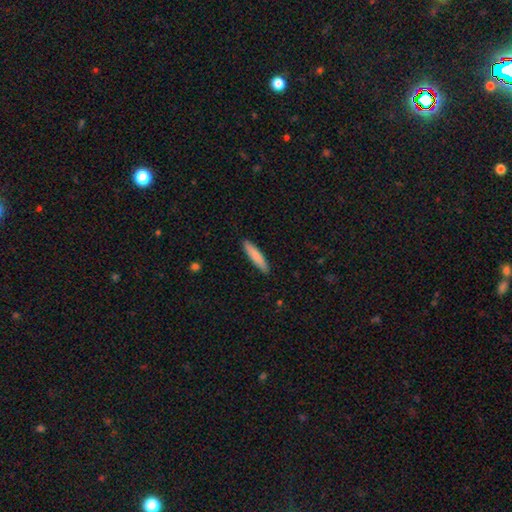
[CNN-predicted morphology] smooth 82%, featured or disk 13%, star or artifact 5%. Down the decision tree: how rounded — cigar-shaped (86%); merging — none (89%).